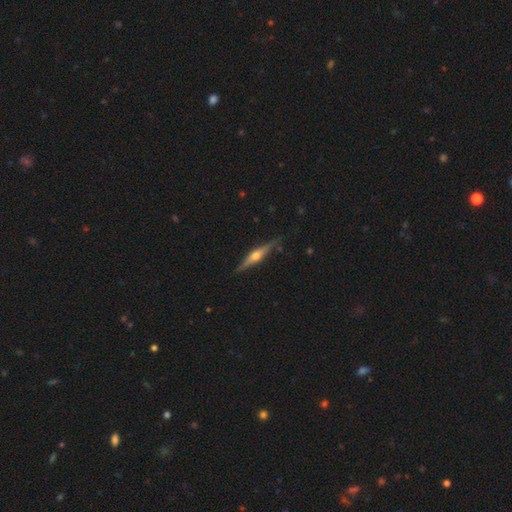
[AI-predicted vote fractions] Smooth or featured? featured or disk (72%)
Edge-on disk? yes (97%)
Edge-on bulge? rounded (92%)
Merging? none (87%)